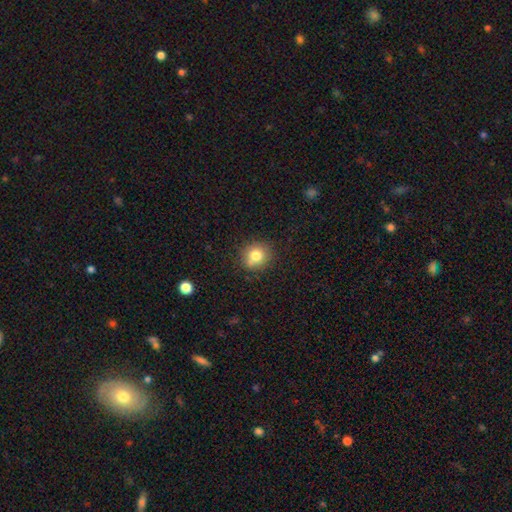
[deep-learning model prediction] smooth 79%, star or artifact 11%, featured or disk 10%. Down the decision tree: how rounded — round (83%); merging — none (73%).